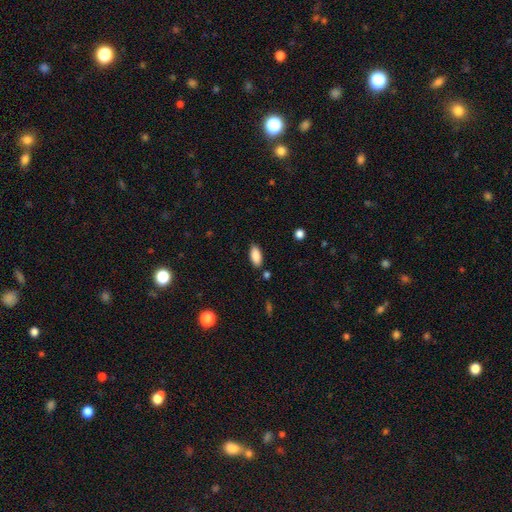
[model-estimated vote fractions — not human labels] Overall: smooth (88%). How rounded: in between (89%). Merging: none (85%).